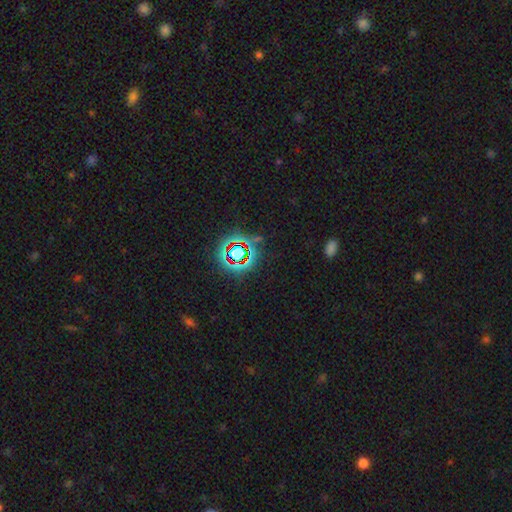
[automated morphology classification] smooth-or-featured: star or artifact: 65% | smooth: 18% | featured or disk: 17%